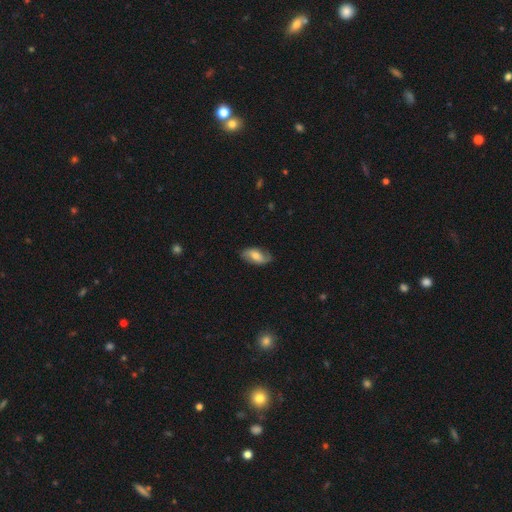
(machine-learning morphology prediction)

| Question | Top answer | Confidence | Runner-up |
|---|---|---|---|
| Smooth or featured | smooth | 47% | featured or disk (46%) |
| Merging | none | 76% | minor disturbance (18%) |